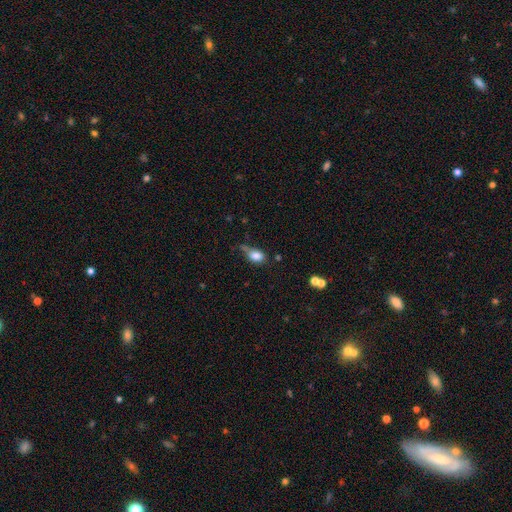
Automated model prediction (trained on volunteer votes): Smooth or featured?
  - smooth: 80% *
  - featured or disk: 10%
  - star or artifact: 10%
How rounded?
  - in between: 76% *
  - round: 21%
  - cigar-shaped: 3%
Merging?
  - none: 36% *
  - minor disturbance: 35%
  - major disturbance: 19%
  - merger: 10%